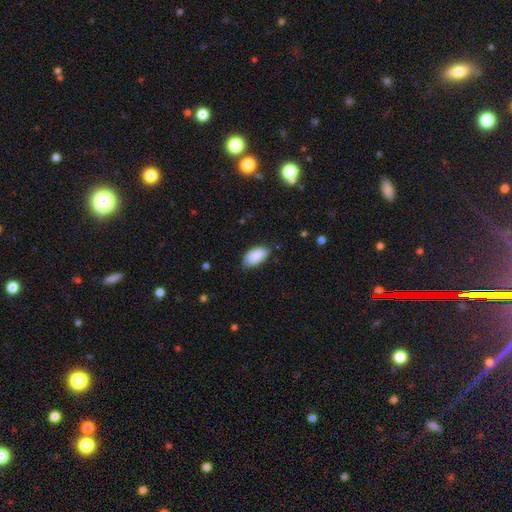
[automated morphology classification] A smooth galaxy with no disk features (88%) that is in between round and cigar-shaped (95%).

Vote fractions:
- Smooth or featured? smooth: 88% / star or artifact: 6% / featured or disk: 6%
- How rounded? in between: 95% / round: 3% / cigar-shaped: 2%
- Merging? none: 69% / minor disturbance: 25% / major disturbance: 4% / merger: 1%